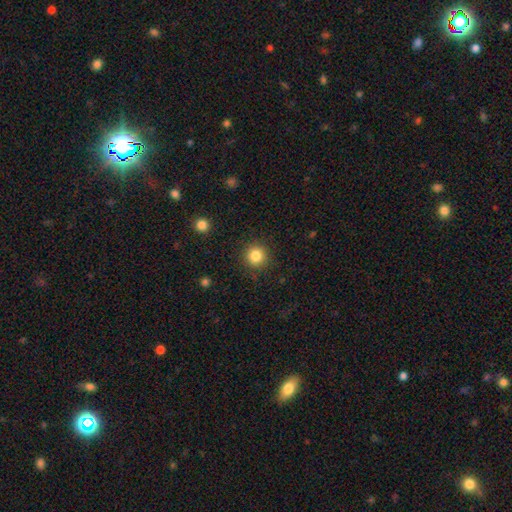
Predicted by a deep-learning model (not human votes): Overall: smooth (83%). How rounded: round (94%). Merging: none (90%).